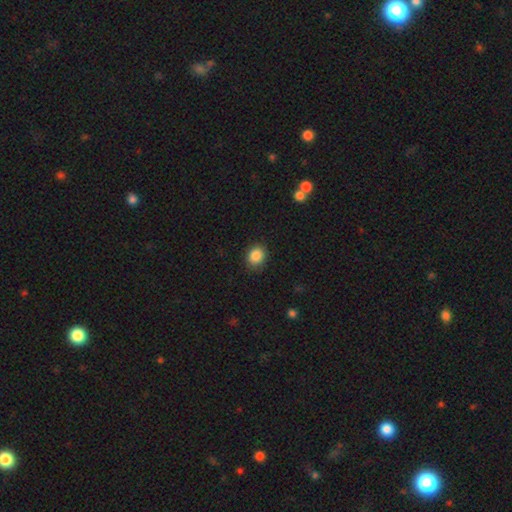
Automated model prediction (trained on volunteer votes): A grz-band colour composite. It shows a smooth galaxy with no disk features (87%) that is round (67%). Merging: none (86%).